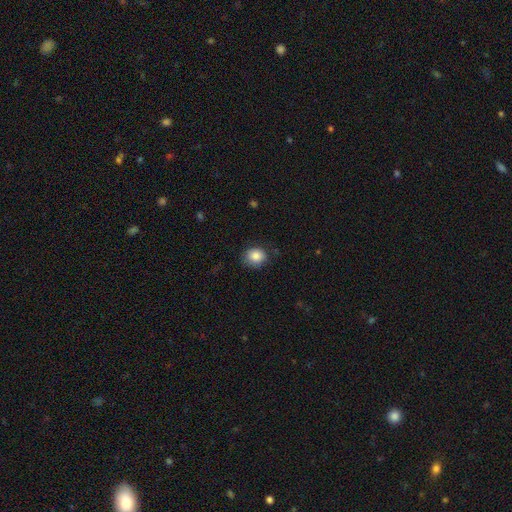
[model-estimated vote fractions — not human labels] This appears to be a smooth galaxy with no disk features (85%) that is round (70%). Merging: none (78%).